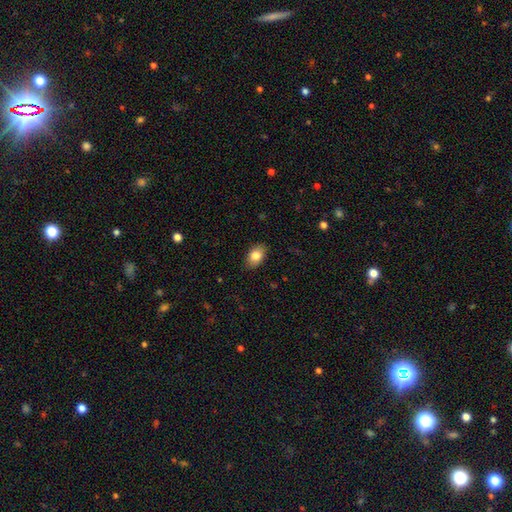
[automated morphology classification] This appears to be a smooth galaxy with no disk features (83%) that is in between round and cigar-shaped (86%). Merging: none (87%).